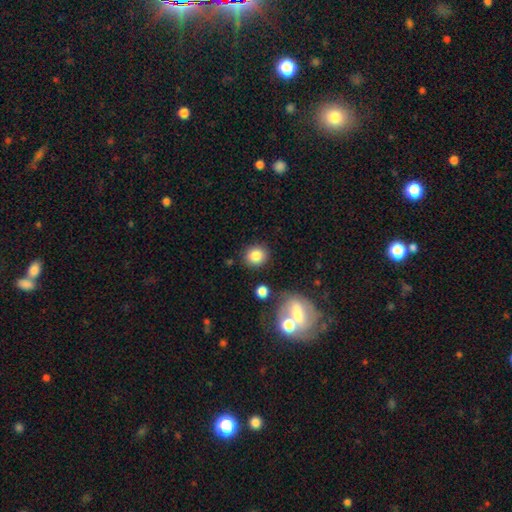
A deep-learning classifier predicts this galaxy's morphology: The model was most divided on "how rounded": round: 82%, in between: 17%, cigar-shaped: 1%. More confident: merging — none (84%); smooth or featured — smooth (83%).